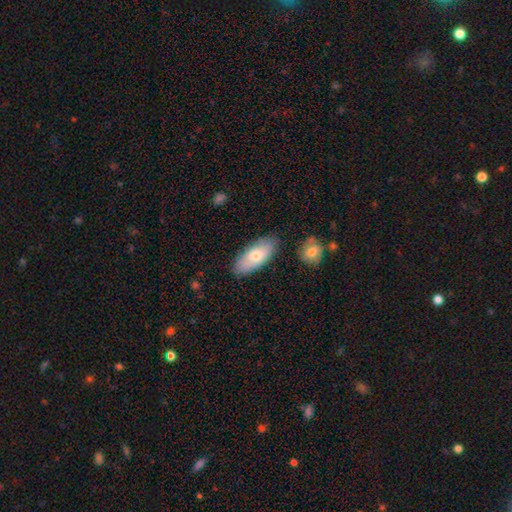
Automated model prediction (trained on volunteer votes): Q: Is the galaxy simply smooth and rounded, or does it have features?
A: smooth — 73%.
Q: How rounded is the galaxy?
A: in between — 86%.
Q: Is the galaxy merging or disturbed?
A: none — 83%.